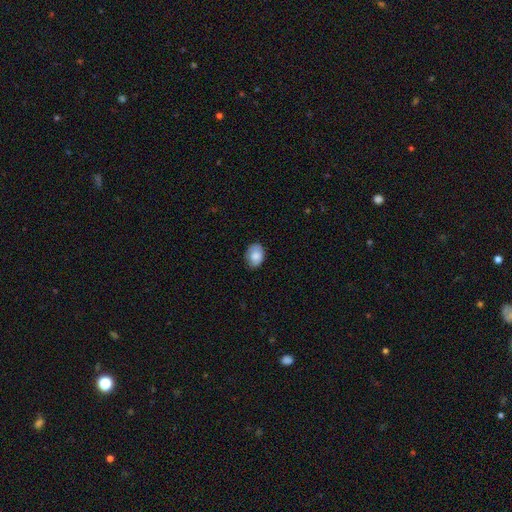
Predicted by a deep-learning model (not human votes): Smooth or featured: smooth — 80% (featured or disk — 13%)
How rounded: in between — 68% (round — 31%)
Merging: none — 74% (minor disturbance — 21%)